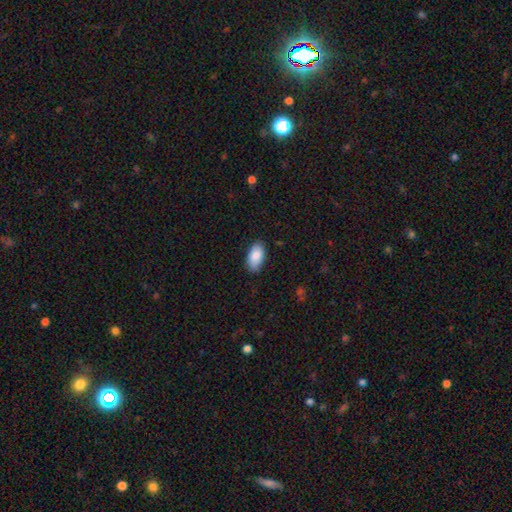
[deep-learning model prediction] Overall: smooth (88%). How rounded: in between (95%). Merging: none (83%).